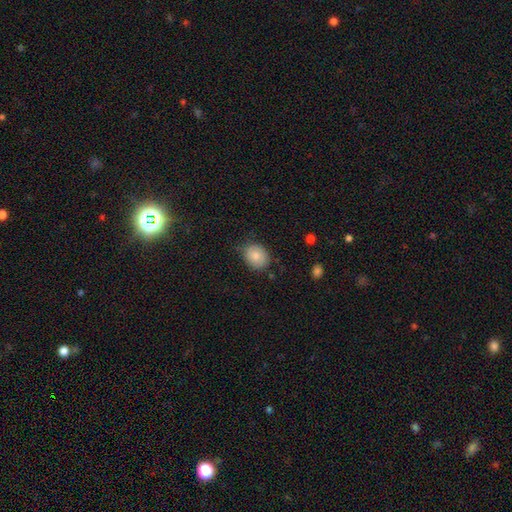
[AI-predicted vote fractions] Smooth or featured?
  - smooth: 80% *
  - featured or disk: 12%
  - star or artifact: 8%
How rounded?
  - round: 60% *
  - in between: 39%
  - cigar-shaped: 1%
Merging?
  - none: 77% *
  - minor disturbance: 18%
  - major disturbance: 4%
  - merger: 1%